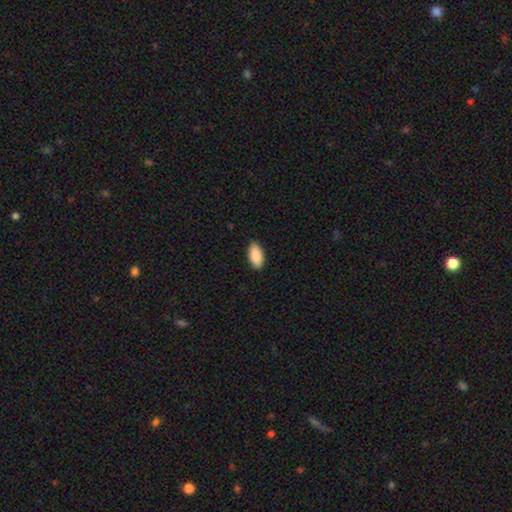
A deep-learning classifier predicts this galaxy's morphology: Q: Smooth or featured?
A: smooth (88%); runner-up: star or artifact (6%)
Q: How rounded?
A: in between (93%); runner-up: cigar-shaped (5%)
Q: Merging?
A: none (89%); runner-up: minor disturbance (8%)